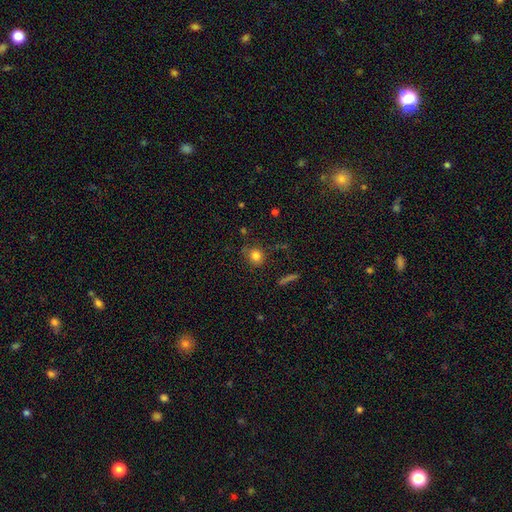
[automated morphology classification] This is clearly a smooth galaxy (81%). How rounded: clearly round (86%). Merging: likely none (77%).